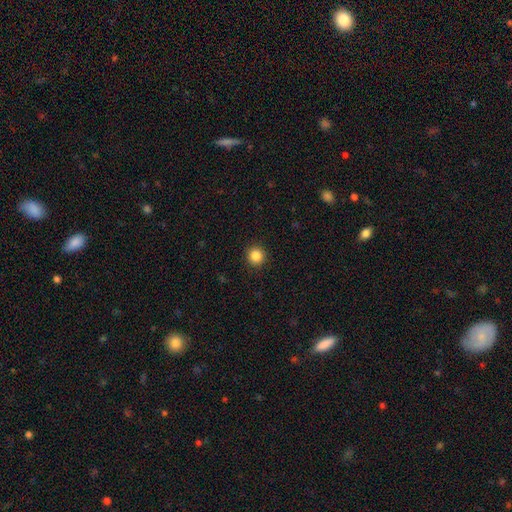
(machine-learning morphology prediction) smooth-or-featured: smooth: 86% | star or artifact: 10% | featured or disk: 4%
  how-rounded: round: 95% | in between: 5% | cigar-shaped: 1%
  merging: none: 93% | minor disturbance: 5% | major disturbance: 2% | merger: 1%